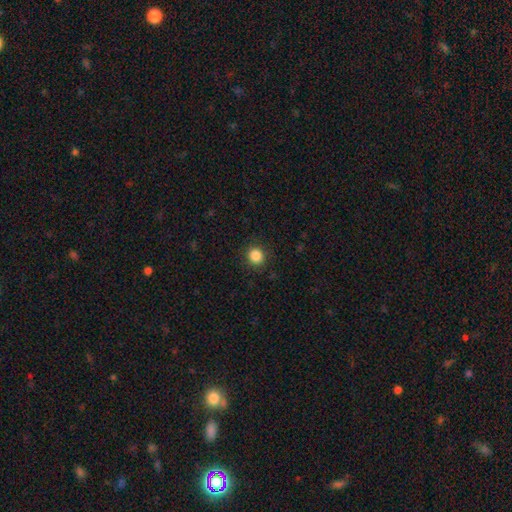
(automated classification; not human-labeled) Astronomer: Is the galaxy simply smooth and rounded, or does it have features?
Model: smooth — 87%.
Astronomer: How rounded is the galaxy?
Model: round — 88%.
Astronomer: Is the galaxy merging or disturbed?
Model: none — 91%.